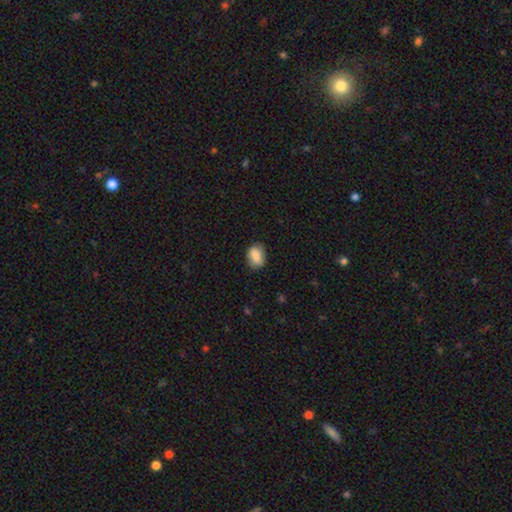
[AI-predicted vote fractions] Overall: smooth (85%). How rounded: in between (75%). Merging: none (77%).